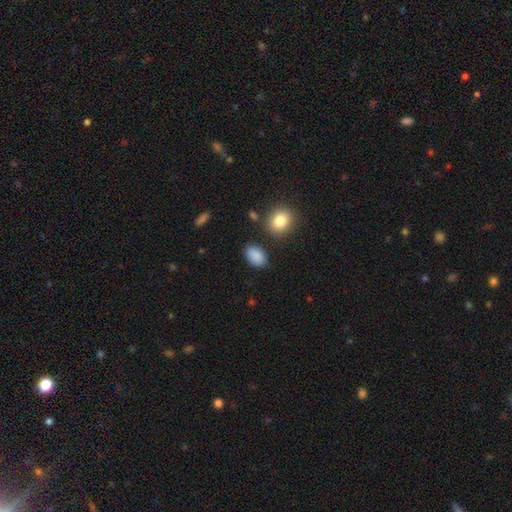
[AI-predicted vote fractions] The model was most divided on "merging": none: 82%, minor disturbance: 12%, major disturbance: 3%, merger: 3%. More confident: smooth or featured — smooth (89%); how rounded — in between (87%).